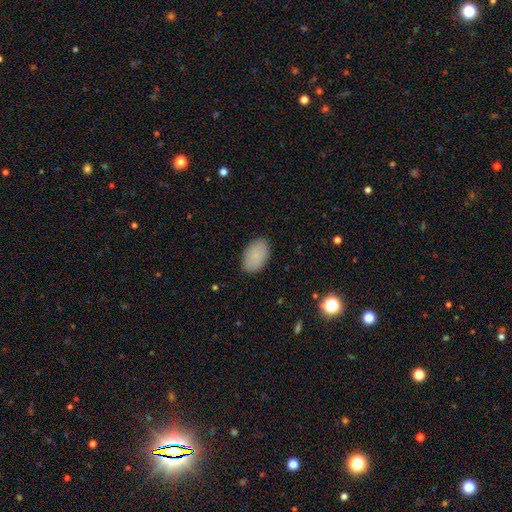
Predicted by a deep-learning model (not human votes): A smooth galaxy with no disk features (86%) that is in between round and cigar-shaped (91%).

Vote fractions:
- Smooth or featured? smooth: 86% / star or artifact: 7% / featured or disk: 6%
- How rounded? in between: 91% / round: 8% / cigar-shaped: 1%
- Merging? none: 87% / minor disturbance: 10% / major disturbance: 2% / merger: 1%